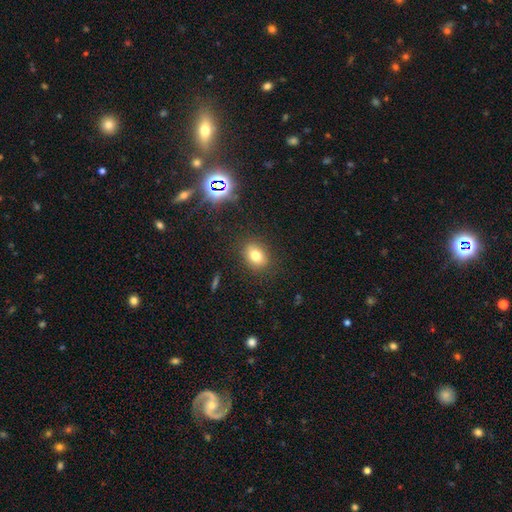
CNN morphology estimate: smooth 76%, star or artifact 14%, featured or disk 10%. Down the decision tree: how rounded — in between (59%); merging — none (85%).